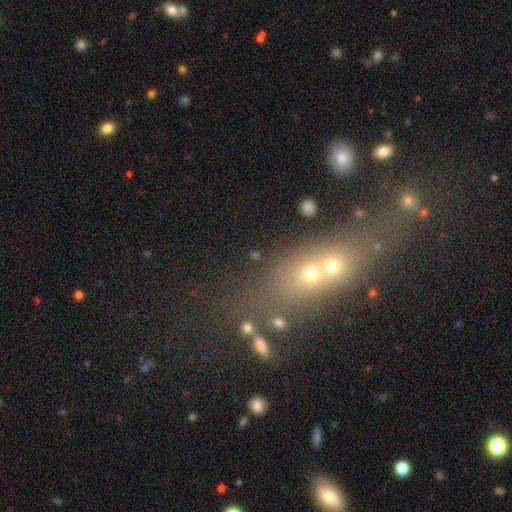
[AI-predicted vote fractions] Smooth or featured: smooth — 50% (star or artifact — 29%)
Merging: merger — 49% (none — 36%)